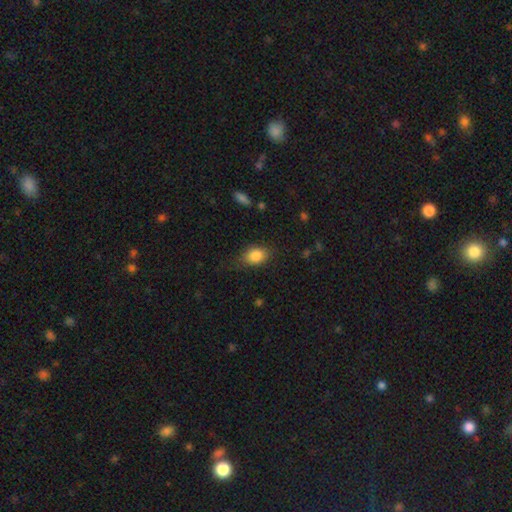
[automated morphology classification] This appears to be a smooth galaxy with no disk features (84%) that is in between round and cigar-shaped (74%). Merging: none (72%).